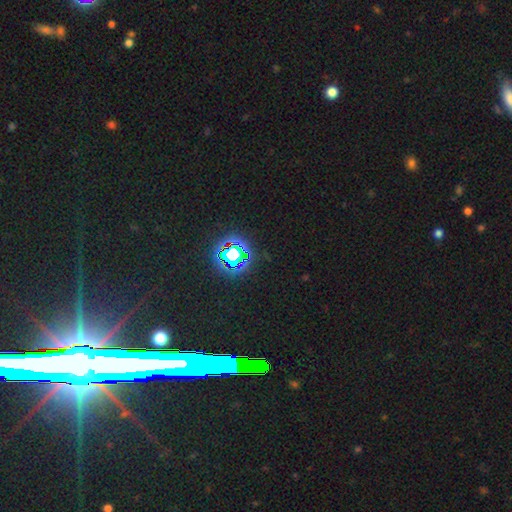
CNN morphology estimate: The model was most divided on "smooth or featured": star or artifact: 78%, featured or disk: 12%, smooth: 10%.